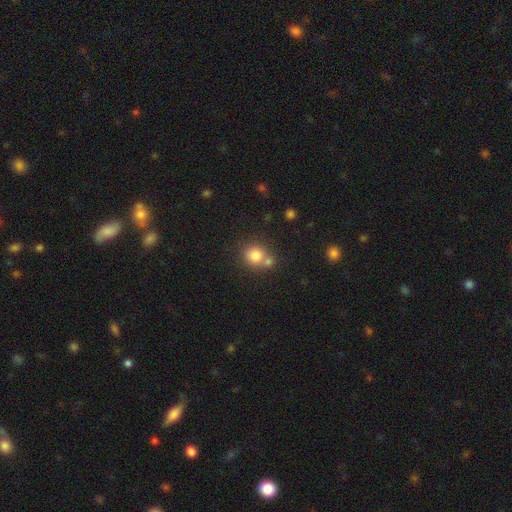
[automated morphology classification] type=smooth (80%); roundness=round (83%); merging=none (52%).